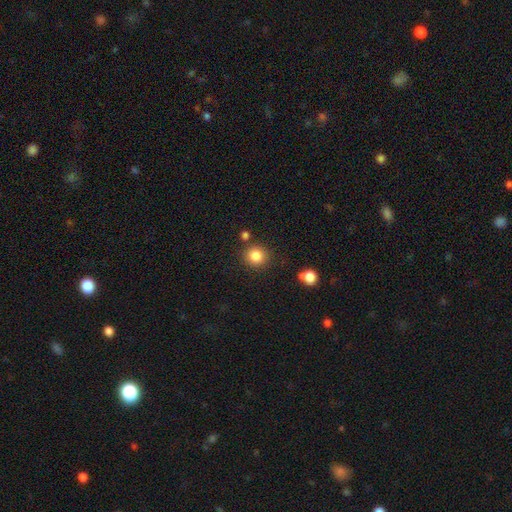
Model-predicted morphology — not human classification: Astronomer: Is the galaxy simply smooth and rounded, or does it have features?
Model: smooth — 84%.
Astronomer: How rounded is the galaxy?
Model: round — 89%.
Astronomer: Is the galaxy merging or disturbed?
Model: none — 84%.